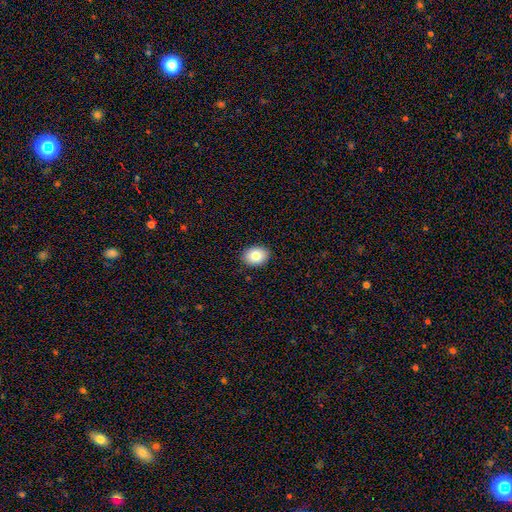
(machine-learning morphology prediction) smooth_or_featured: smooth (p=0.83) [alt: featured or disk p=0.09]
how_rounded: in between (p=0.64) [alt: round p=0.35]
merging: none (p=0.90) [alt: minor disturbance p=0.08]